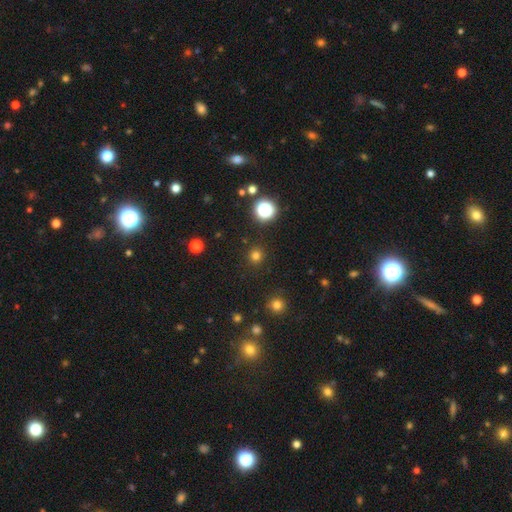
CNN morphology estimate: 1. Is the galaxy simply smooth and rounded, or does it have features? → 76% smooth, 20% star or artifact, 4% featured or disk.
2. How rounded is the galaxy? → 94% round, 5% in between, 1% cigar-shaped.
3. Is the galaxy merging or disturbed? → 91% none, 6% minor disturbance, 2% major disturbance, 2% merger.